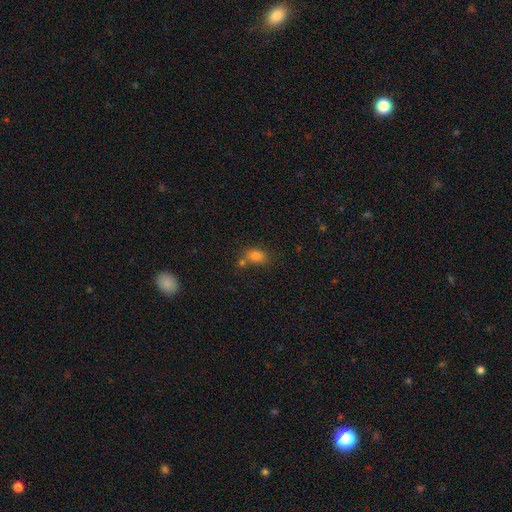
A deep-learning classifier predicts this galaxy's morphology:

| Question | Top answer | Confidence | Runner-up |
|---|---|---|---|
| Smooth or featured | smooth | 80% | star or artifact (13%) |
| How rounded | in between | 74% | round (24%) |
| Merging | none | 52% | merger (25%) |